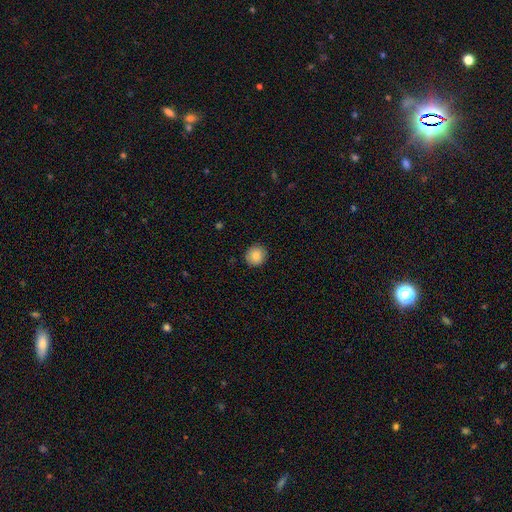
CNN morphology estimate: Smooth or featured?
  - smooth: 87% *
  - star or artifact: 8%
  - featured or disk: 5%
How rounded?
  - round: 88% *
  - in between: 11%
  - cigar-shaped: 1%
Merging?
  - none: 88% *
  - minor disturbance: 9%
  - major disturbance: 2%
  - merger: 1%